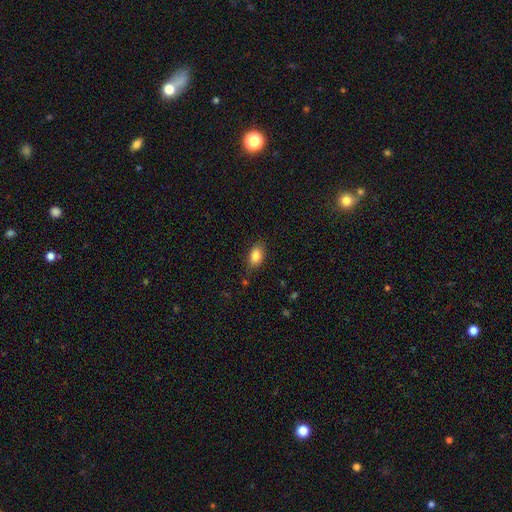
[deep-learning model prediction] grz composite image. It shows a smooth galaxy with no disk features (85%) that is in between round and cigar-shaped (87%). Merging: none (79%).